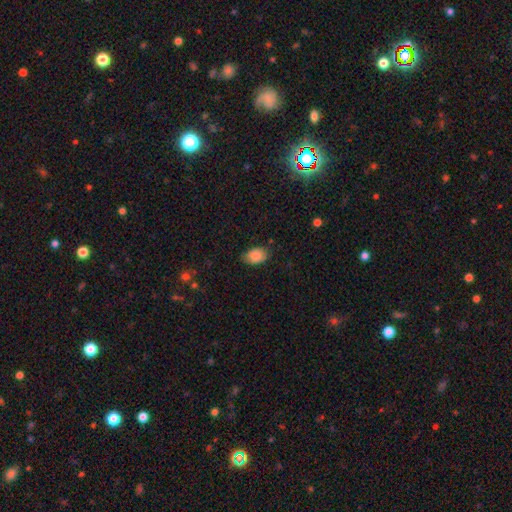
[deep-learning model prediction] Q: Smooth or featured?
A: smooth (84%); runner-up: featured or disk (9%)
Q: How rounded?
A: in between (86%); runner-up: round (13%)
Q: Merging?
A: none (75%); runner-up: minor disturbance (20%)